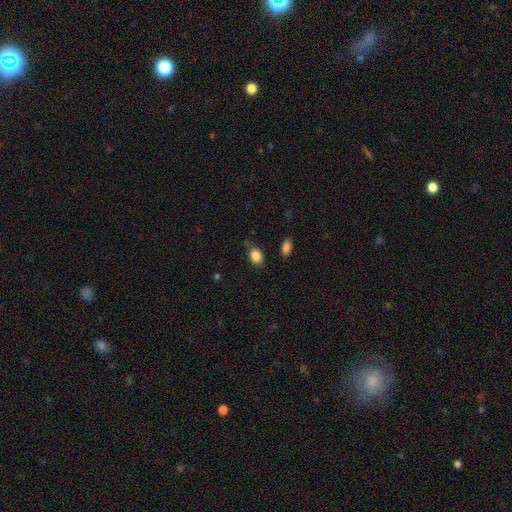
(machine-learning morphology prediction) This is clearly a smooth galaxy (86%). How rounded: likely in between (73%). Merging: likely none (76%).